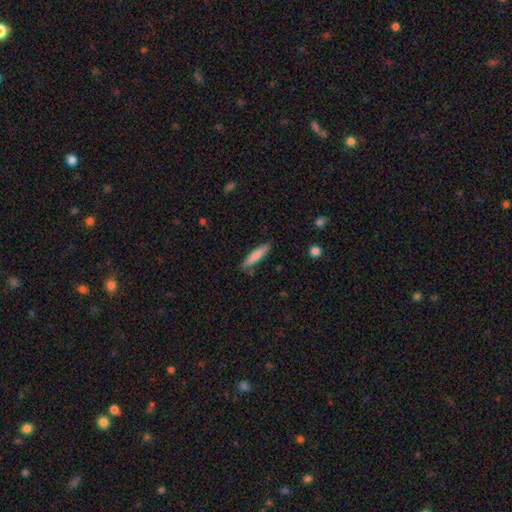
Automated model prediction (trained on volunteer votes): Smooth or featured?
  - smooth: 78% *
  - featured or disk: 16%
  - star or artifact: 6%
How rounded?
  - cigar-shaped: 87% *
  - in between: 12%
  - round: 1%
Merging?
  - none: 85% *
  - minor disturbance: 11%
  - merger: 2%
  - major disturbance: 2%